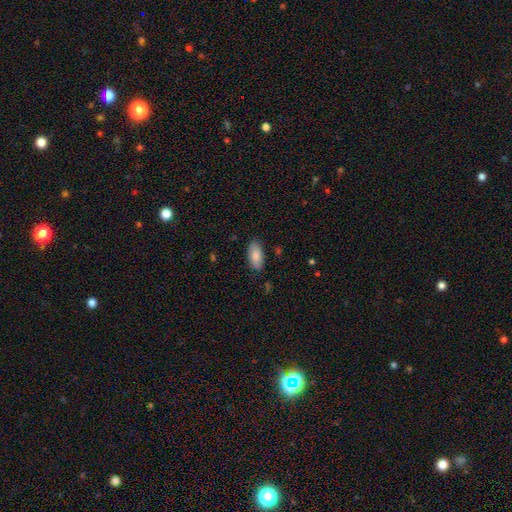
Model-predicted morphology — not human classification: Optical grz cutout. It shows a smooth galaxy with no disk features (85%) that is in between round and cigar-shaped (92%). Merging: none (85%).